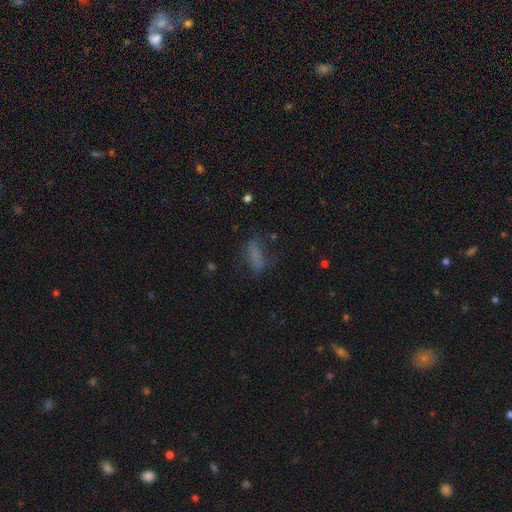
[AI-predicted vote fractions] Smooth or featured?
  - smooth: 68% *
  - star or artifact: 17%
  - featured or disk: 15%
How rounded?
  - in between: 69% *
  - cigar-shaped: 25%
  - round: 5%
Merging?
  - none: 53% *
  - minor disturbance: 24%
  - major disturbance: 20%
  - merger: 3%